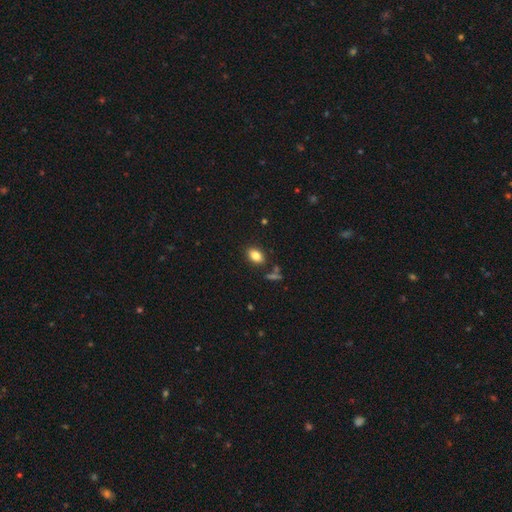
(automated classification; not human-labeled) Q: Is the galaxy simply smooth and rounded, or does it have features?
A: smooth — 83%.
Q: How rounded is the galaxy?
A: in between — 86%.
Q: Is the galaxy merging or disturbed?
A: none — 82%.